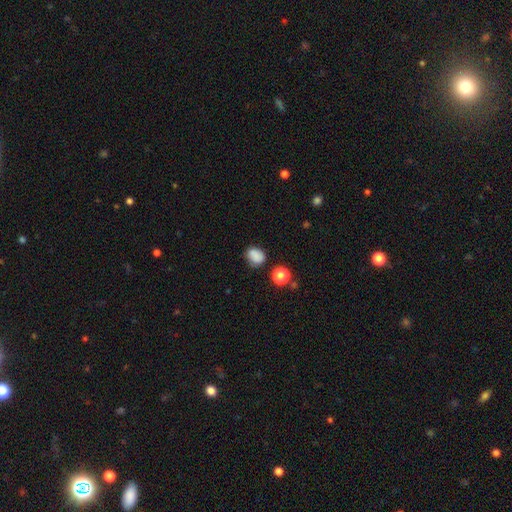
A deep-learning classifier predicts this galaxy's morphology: Smooth or featured: smooth — 82% (star or artifact — 12%)
How rounded: in between — 54% (round — 45%)
Merging: none — 68% (minor disturbance — 21%)